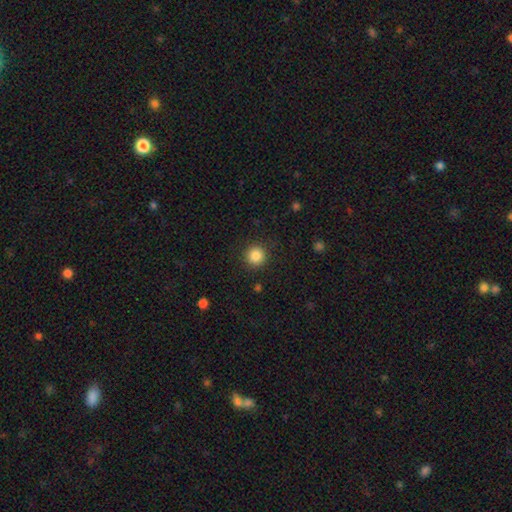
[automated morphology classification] smooth_or_featured: smooth (p=0.86) [alt: star or artifact p=0.10]
how_rounded: round (p=0.94) [alt: in between p=0.05]
merging: none (p=0.90) [alt: minor disturbance p=0.06]